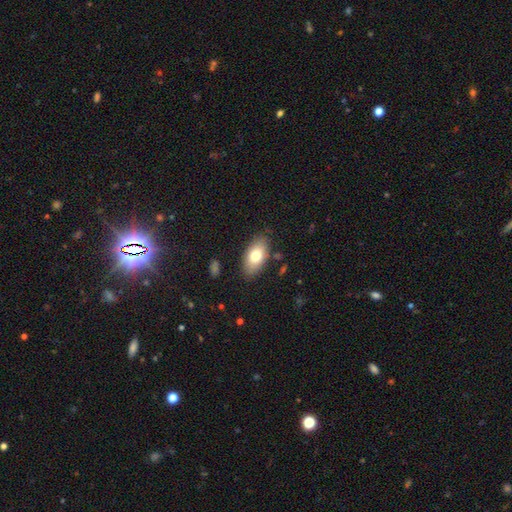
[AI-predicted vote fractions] smooth 75%, featured or disk 18%, star or artifact 7%. Down the decision tree: how rounded — in between (92%); merging — none (83%).